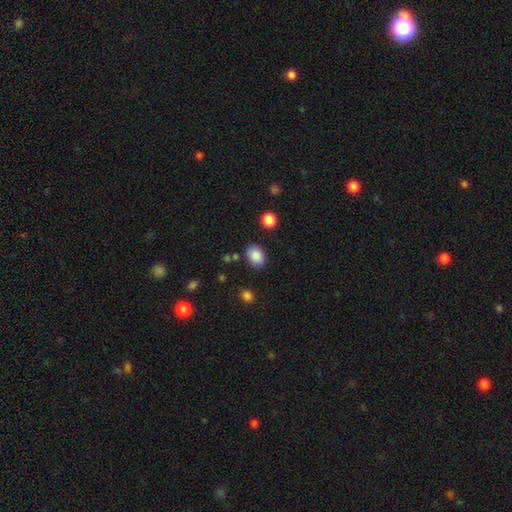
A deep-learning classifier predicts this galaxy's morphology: smooth-or-featured: smooth: 87% | star or artifact: 8% | featured or disk: 5%
  how-rounded: in between: 73% | round: 26% | cigar-shaped: 1%
  merging: none: 83% | minor disturbance: 11% | major disturbance: 3% | merger: 3%